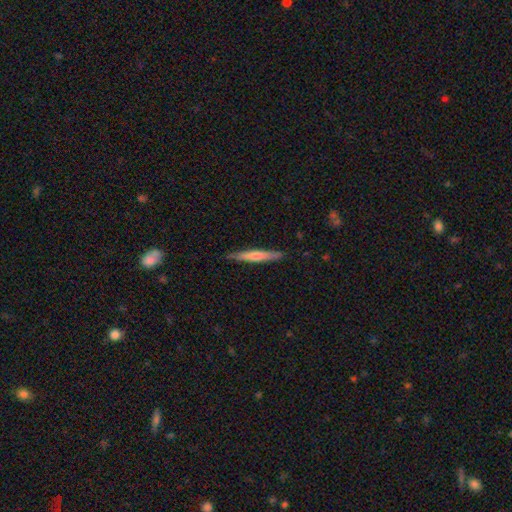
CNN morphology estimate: Smooth or featured? Predicted: smooth (p=0.52). How rounded? Predicted: cigar-shaped (p=0.95). Merging? Predicted: none (p=0.88).